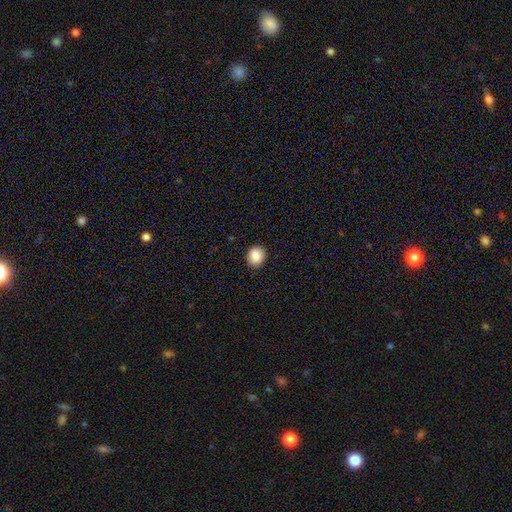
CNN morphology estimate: Smooth or featured: smooth — 88% (star or artifact — 8%)
How rounded: round — 73% (in between — 26%)
Merging: none — 89% (minor disturbance — 8%)